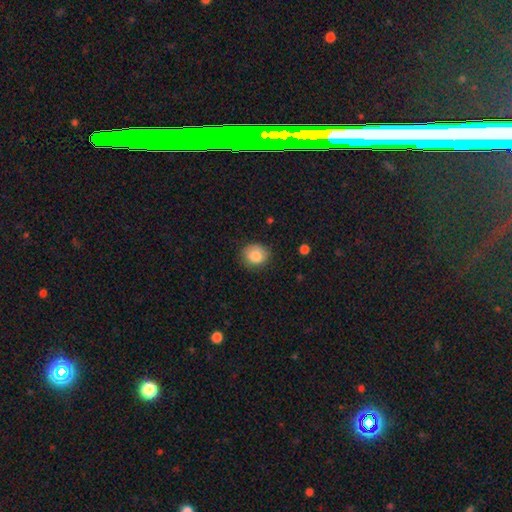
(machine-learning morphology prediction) smooth_or_featured: smooth (p=0.82) [alt: featured or disk p=0.09]
how_rounded: round (p=0.73) [alt: in between p=0.26]
merging: none (p=0.77) [alt: minor disturbance p=0.18]